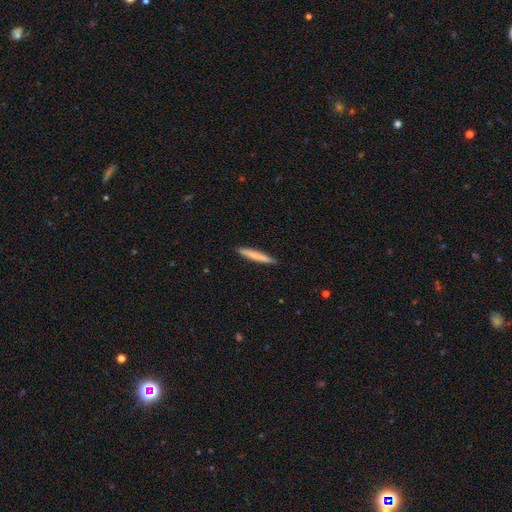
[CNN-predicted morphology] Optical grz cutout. It shows a smooth galaxy with no disk features (73%) that is cigar-shaped (96%). Merging: none (91%).